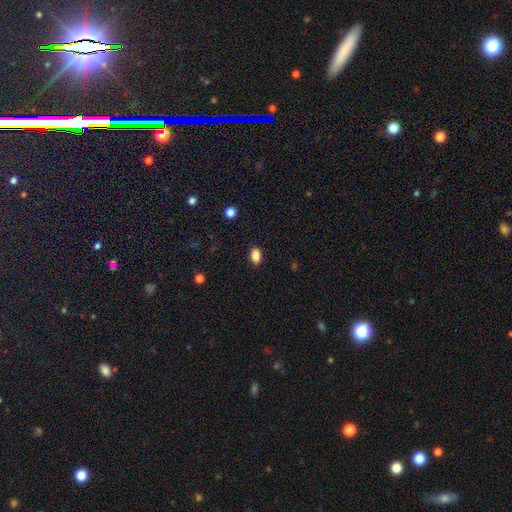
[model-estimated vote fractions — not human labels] Smooth or featured?
  - smooth: 87% *
  - star or artifact: 10%
  - featured or disk: 4%
How rounded?
  - in between: 81% *
  - round: 18%
  - cigar-shaped: 2%
Merging?
  - none: 88% *
  - minor disturbance: 9%
  - major disturbance: 2%
  - merger: 1%